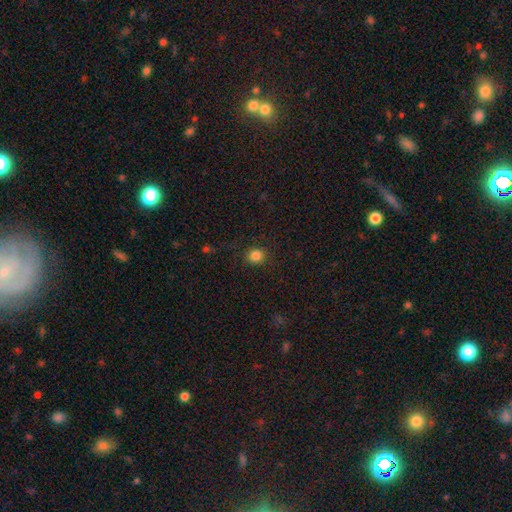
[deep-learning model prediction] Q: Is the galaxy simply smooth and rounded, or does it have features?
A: smooth — 84%.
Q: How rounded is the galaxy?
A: round — 89%.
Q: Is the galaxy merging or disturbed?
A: none — 88%.